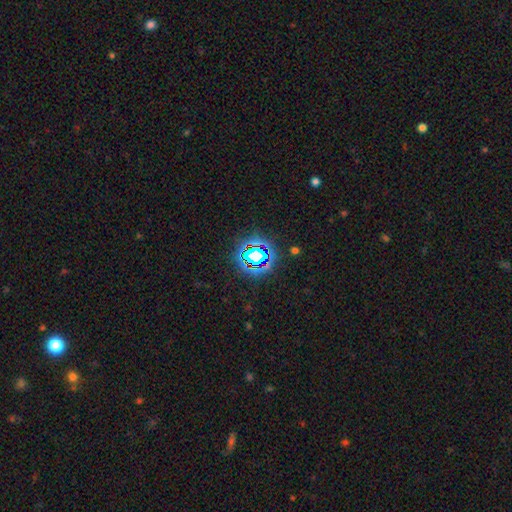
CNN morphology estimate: Smooth or featured? Predicted: star or artifact (p=0.70).